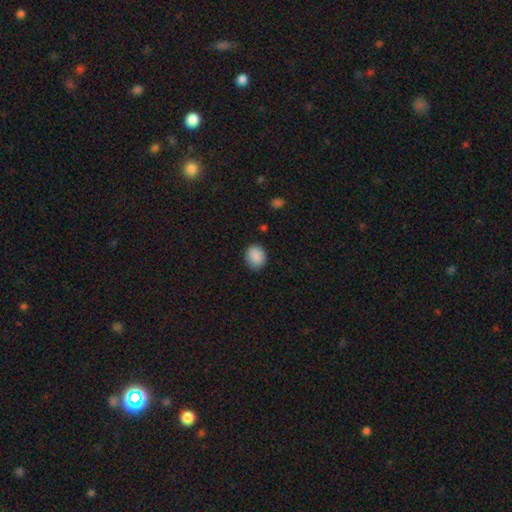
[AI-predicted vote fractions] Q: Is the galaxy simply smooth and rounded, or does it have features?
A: smooth — 89%.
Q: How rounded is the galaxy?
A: round — 60%.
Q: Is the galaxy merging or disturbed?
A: none — 84%.